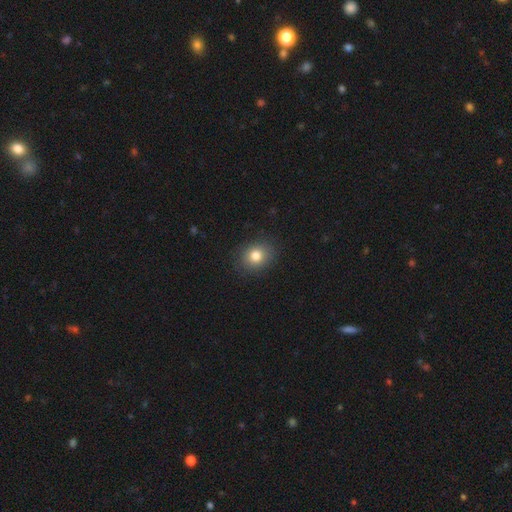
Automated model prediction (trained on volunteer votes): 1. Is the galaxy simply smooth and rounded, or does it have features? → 81% smooth, 11% star or artifact, 8% featured or disk.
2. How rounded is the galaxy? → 61% round, 39% in between, 1% cigar-shaped.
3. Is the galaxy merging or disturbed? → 87% none, 9% minor disturbance, 3% major disturbance, 1% merger.